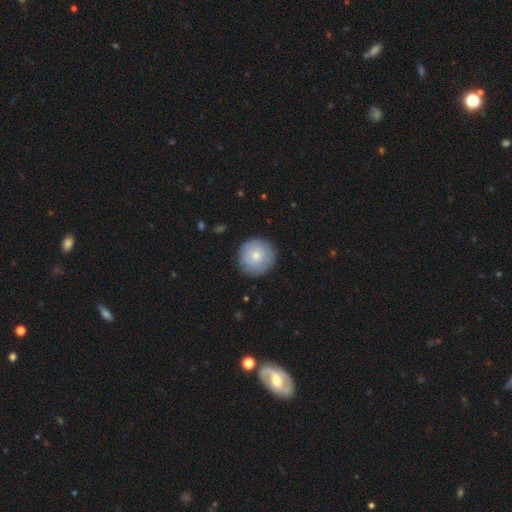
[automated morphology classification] Overall: smooth (73%). How rounded: round (96%). Merging: none (87%).